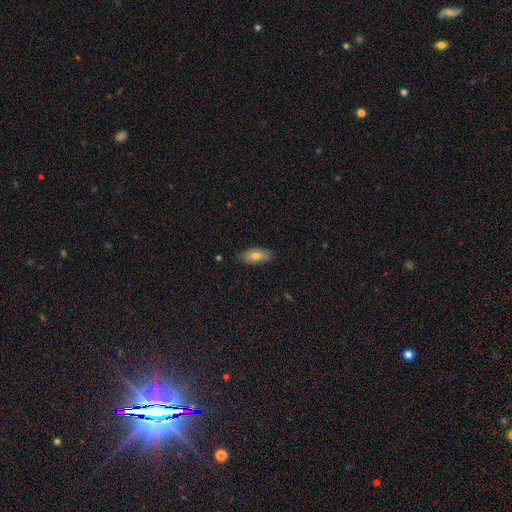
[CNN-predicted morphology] This is likely a smooth galaxy (73%). How rounded: clearly in between (82%). Merging: clearly none (85%).